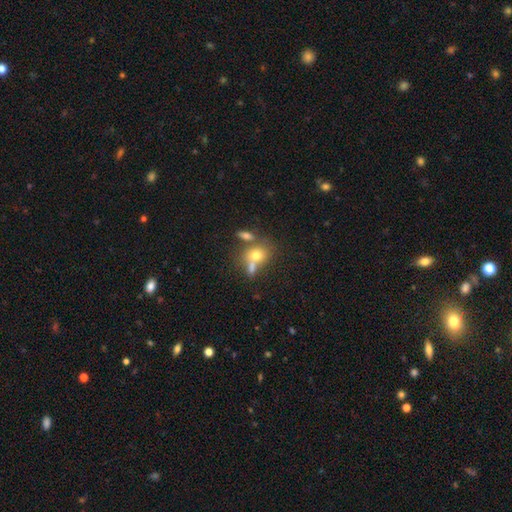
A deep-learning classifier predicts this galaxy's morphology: type=smooth (70%); roundness=round (50%); merging=merger (43%).